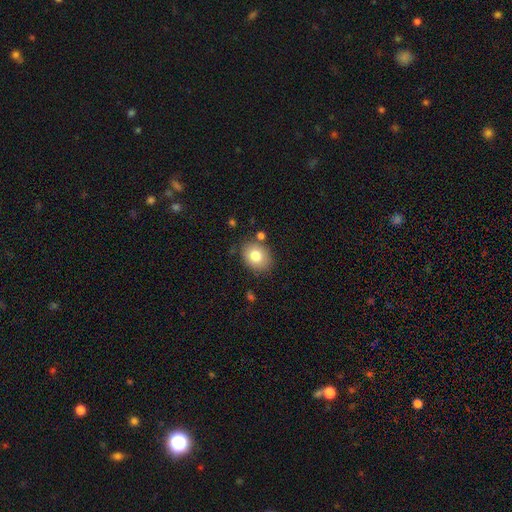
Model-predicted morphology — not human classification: smooth 78%, featured or disk 13%, star or artifact 9%. Down the decision tree: how rounded — round (51%); merging — none (80%).